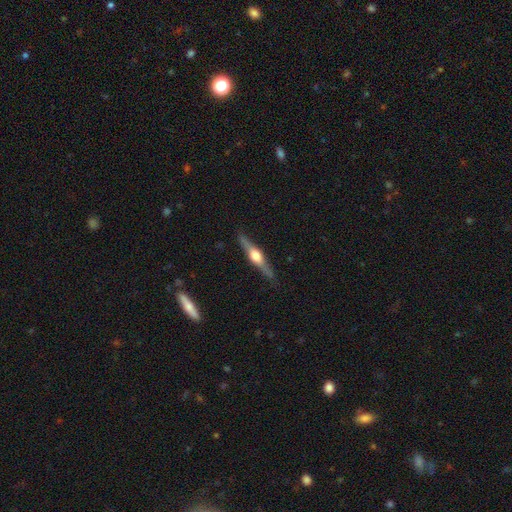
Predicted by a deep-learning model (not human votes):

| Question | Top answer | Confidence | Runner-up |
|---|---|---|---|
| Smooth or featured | featured or disk | 78% | smooth (17%) |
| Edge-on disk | yes | 98% | no (2%) |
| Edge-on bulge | rounded | 93% | boxy (5%) |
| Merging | none | 89% | minor disturbance (8%) |